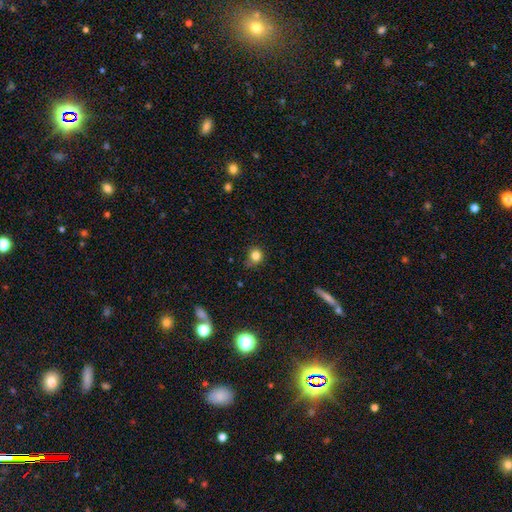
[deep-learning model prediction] A smooth galaxy with no disk features (82%) that is round (81%). Merging: none (67%).